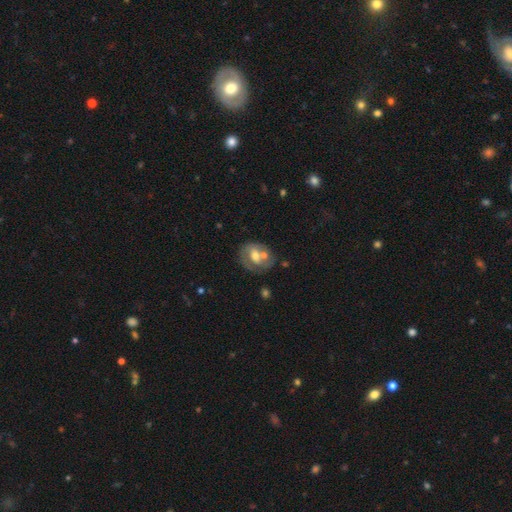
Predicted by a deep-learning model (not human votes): Smooth or featured?
  - featured or disk: 57% *
  - smooth: 36%
  - star or artifact: 7%
Edge-on disk?
  - no: 96% *
  - yes: 4%
Bar?
  - no: 52% *
  - weak: 35%
  - strong: 14%
Spiral arms?
  - no: 53% *
  - yes: 47%
Bulge size?
  - moderate: 69% *
  - small: 21%
  - large: 7%
  - none: 2%
  - dominant: 1%
Merging?
  - none: 41% *
  - merger: 35%
  - minor disturbance: 16%
  - major disturbance: 9%